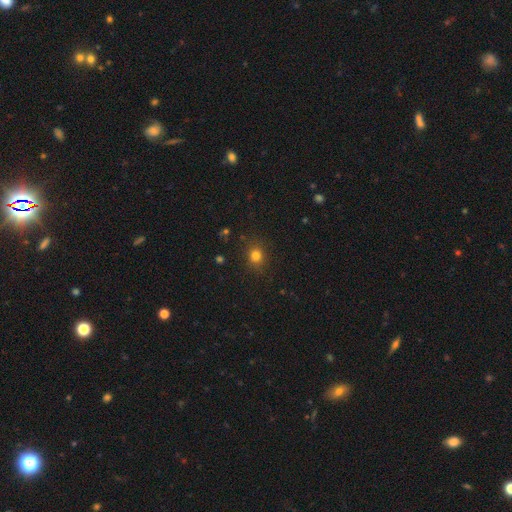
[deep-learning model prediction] A smooth galaxy with no disk features (79%) that is round (77%). Merging: none (88%).